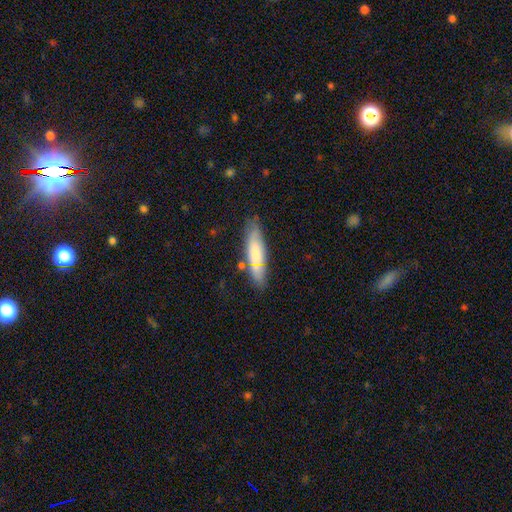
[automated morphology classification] Smooth or featured?
  - smooth: 71% *
  - featured or disk: 21%
  - star or artifact: 7%
How rounded?
  - cigar-shaped: 60% *
  - in between: 38%
  - round: 2%
Merging?
  - none: 74% *
  - minor disturbance: 17%
  - merger: 5%
  - major disturbance: 4%